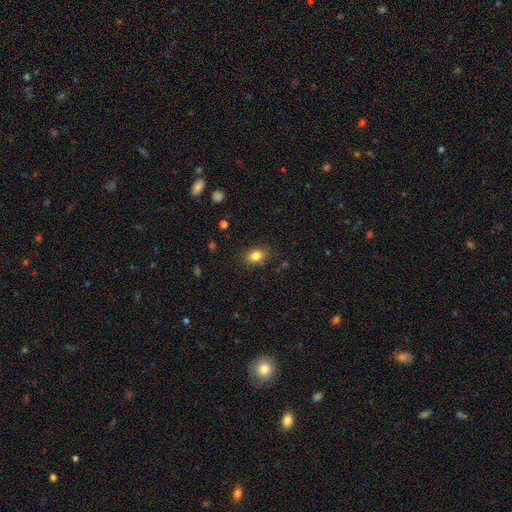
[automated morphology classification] smooth 82%, star or artifact 10%, featured or disk 8%. Down the decision tree: how rounded — in between (71%); merging — none (82%).